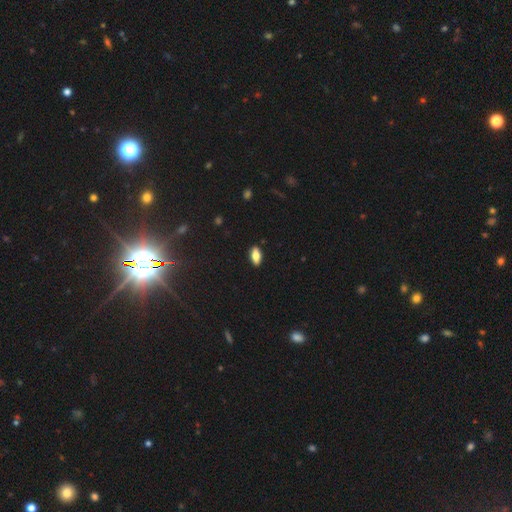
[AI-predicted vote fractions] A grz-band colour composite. It shows a smooth galaxy with no disk features (75%) that is in between round and cigar-shaped (85%). Merging: none (89%).